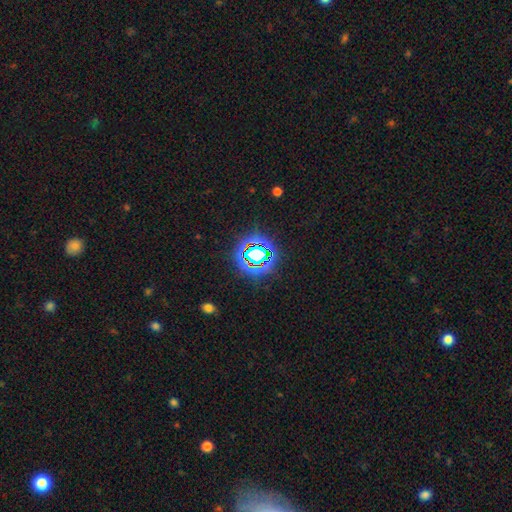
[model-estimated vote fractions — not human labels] Overall: star or artifact (71%).